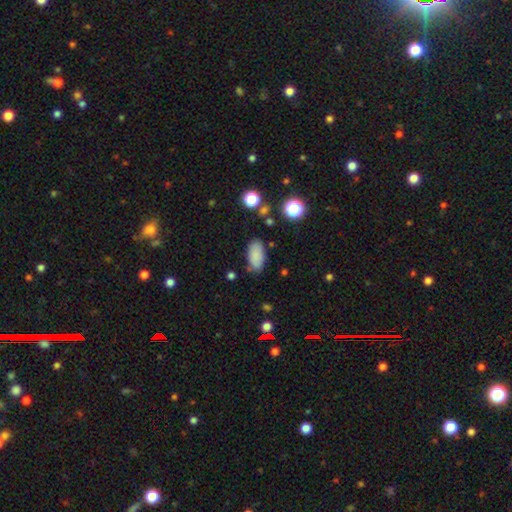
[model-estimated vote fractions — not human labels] Smooth or featured? Predicted: smooth (p=0.85). How rounded? Predicted: in between (p=0.91). Merging? Predicted: none (p=0.79).